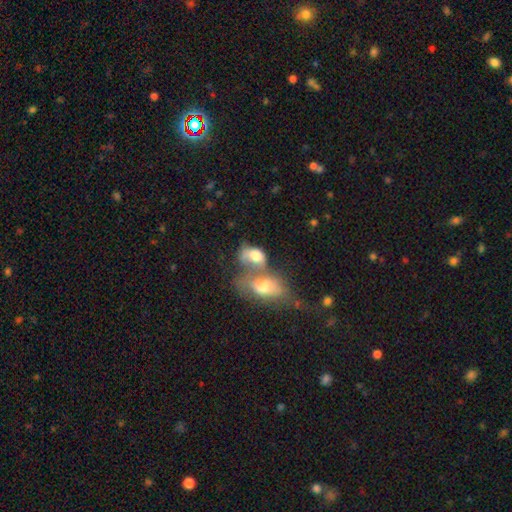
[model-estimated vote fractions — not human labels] Smooth or featured: smooth — 62% (featured or disk — 29%)
How rounded: in between — 83% (round — 14%)
Merging: merger — 67% (major disturbance — 13%)